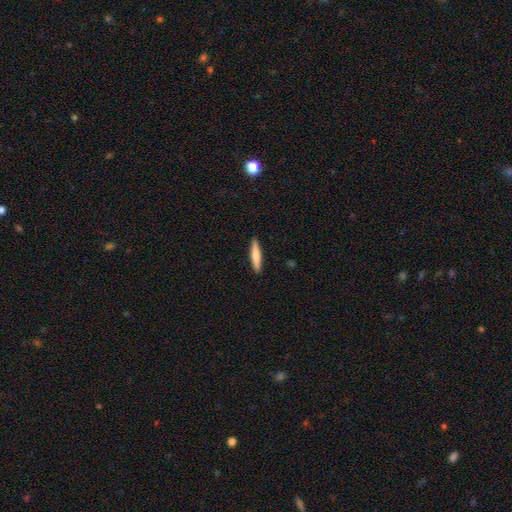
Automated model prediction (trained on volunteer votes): smooth 70%, featured or disk 24%, star or artifact 5%. Down the decision tree: how rounded — cigar-shaped (90%); merging — none (91%).